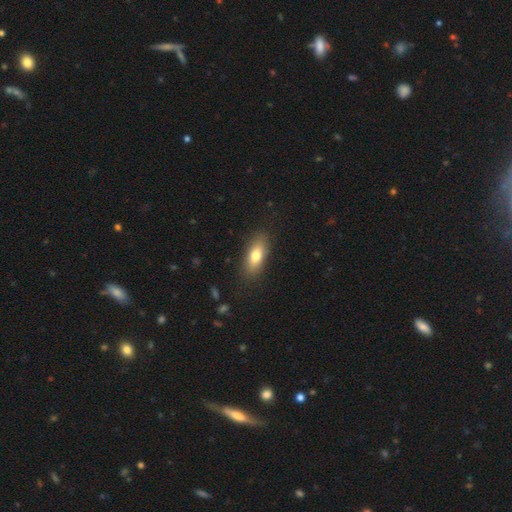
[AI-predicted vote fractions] Q: Smooth or featured?
A: smooth (75%); runner-up: featured or disk (18%)
Q: How rounded?
A: in between (74%); runner-up: cigar-shaped (21%)
Q: Merging?
A: none (85%); runner-up: minor disturbance (11%)